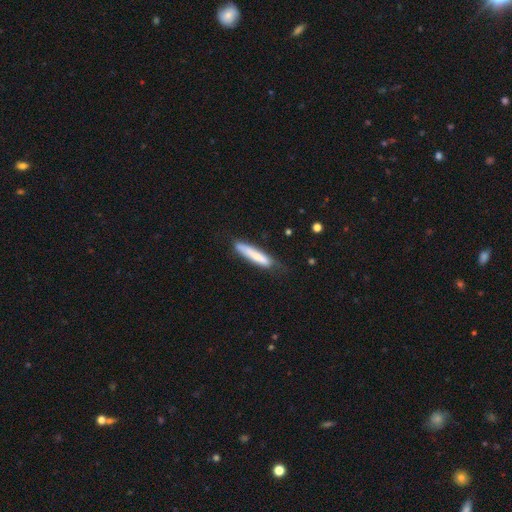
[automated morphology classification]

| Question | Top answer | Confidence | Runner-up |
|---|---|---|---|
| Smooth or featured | smooth | 71% | featured or disk (24%) |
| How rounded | cigar-shaped | 88% | in between (11%) |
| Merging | none | 65% | minor disturbance (26%) |